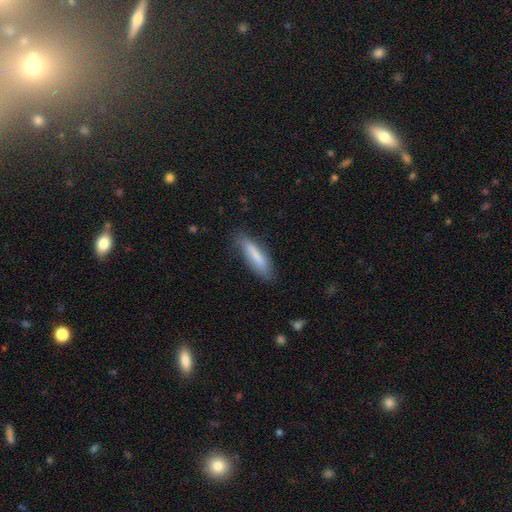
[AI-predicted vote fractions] Overall: smooth (76%). How rounded: cigar-shaped (73%). Merging: none (75%).